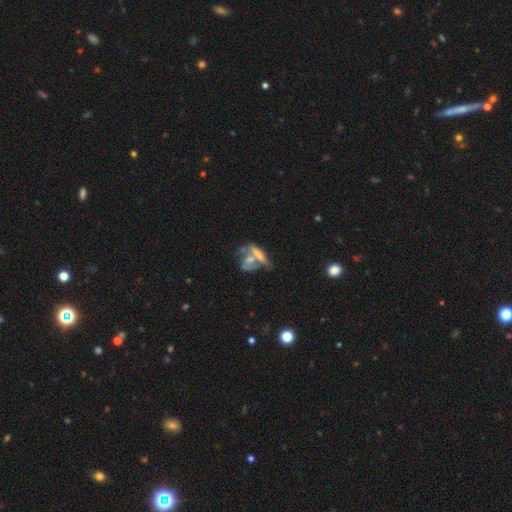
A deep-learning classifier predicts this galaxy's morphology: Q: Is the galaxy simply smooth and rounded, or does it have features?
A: smooth — 45%.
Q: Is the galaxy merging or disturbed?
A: merger — 59%.